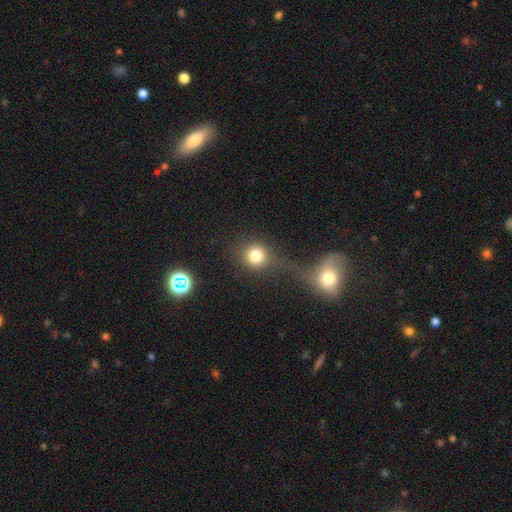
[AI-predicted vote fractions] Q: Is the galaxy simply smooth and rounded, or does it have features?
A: smooth — 79%.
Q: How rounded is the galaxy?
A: round — 87%.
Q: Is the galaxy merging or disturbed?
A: none — 58%.